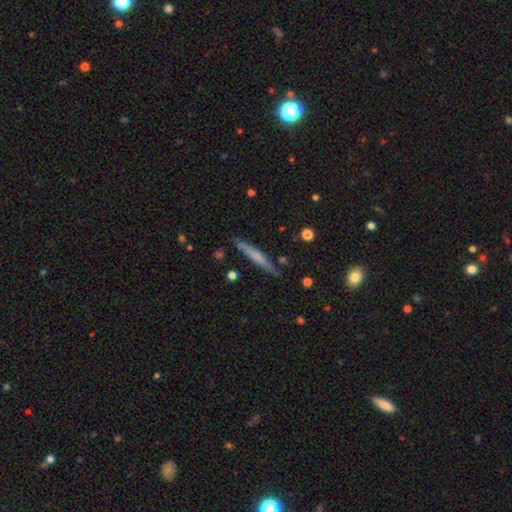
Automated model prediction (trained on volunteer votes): smooth 51%, featured or disk 42%, star or artifact 7%. Down the decision tree: how rounded — cigar-shaped (94%); merging — none (83%).